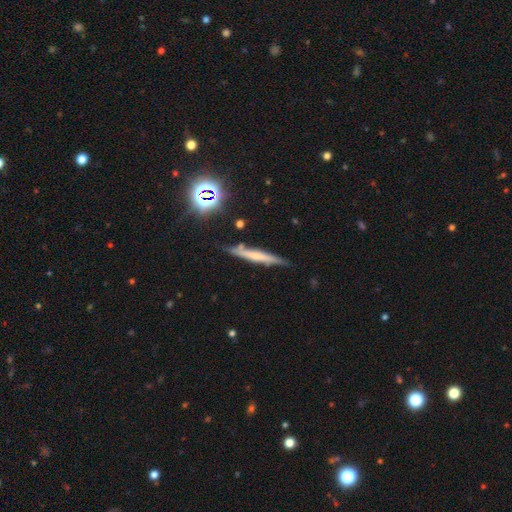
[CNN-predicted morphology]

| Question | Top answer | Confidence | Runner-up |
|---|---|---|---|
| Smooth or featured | smooth | 45% | featured or disk (42%) |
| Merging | none | 78% | minor disturbance (16%) |